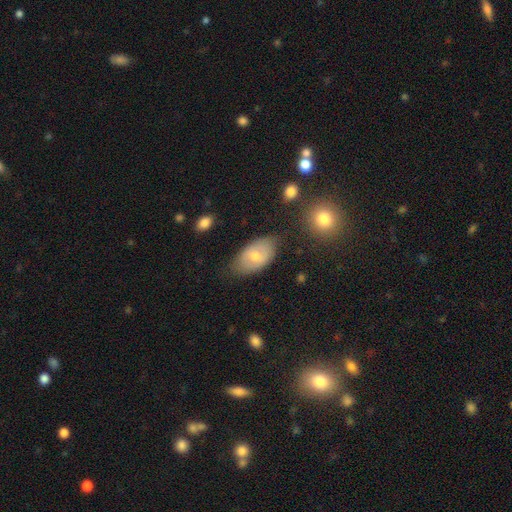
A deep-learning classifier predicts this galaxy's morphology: type=smooth (62%); roundness=in between (92%); merging=none (72%).